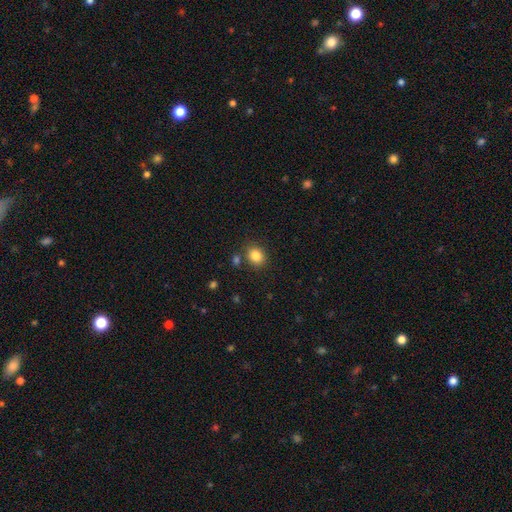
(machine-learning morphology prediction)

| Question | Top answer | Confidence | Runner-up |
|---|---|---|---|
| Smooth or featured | smooth | 84% | star or artifact (11%) |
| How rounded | round | 65% | in between (34%) |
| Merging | none | 80% | minor disturbance (10%) |